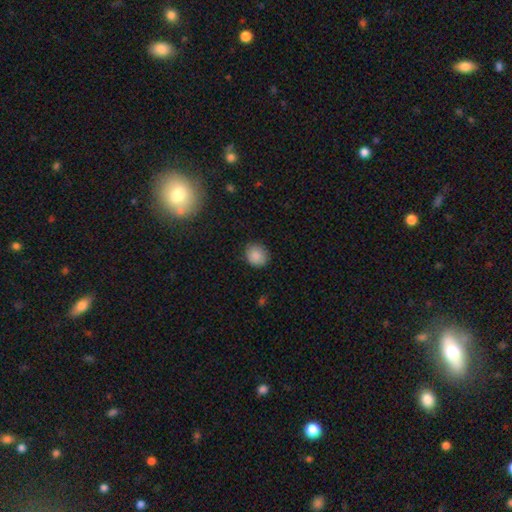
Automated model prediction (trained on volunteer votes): smooth-or-featured: smooth: 88% | star or artifact: 8% | featured or disk: 4%
  how-rounded: round: 73% | in between: 26% | cigar-shaped: 1%
  merging: none: 86% | minor disturbance: 10% | major disturbance: 2% | merger: 1%